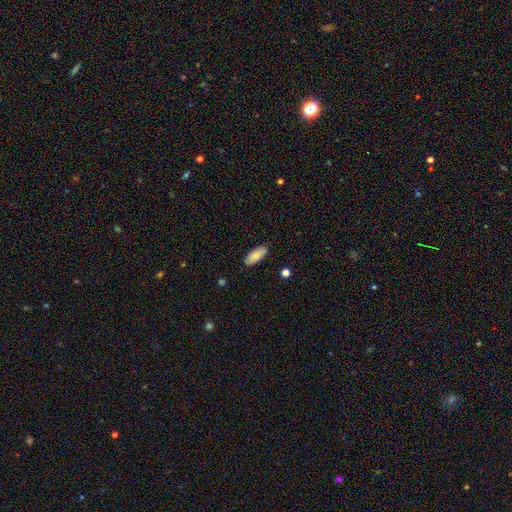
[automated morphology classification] Smooth or featured? smooth (81%)
How rounded? in between (85%)
Merging? none (87%)